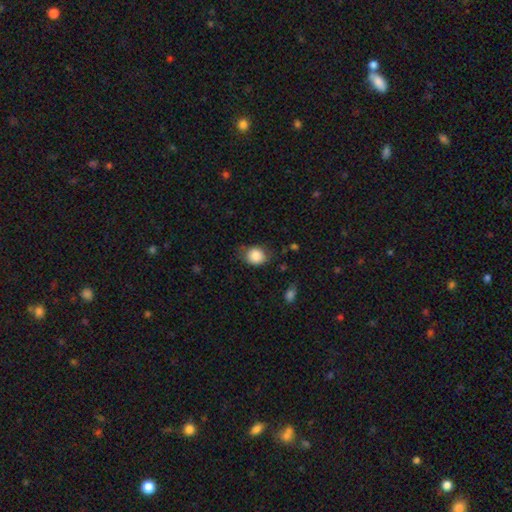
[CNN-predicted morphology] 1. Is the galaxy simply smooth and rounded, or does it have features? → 85% smooth, 8% star or artifact, 6% featured or disk.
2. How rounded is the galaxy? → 62% round, 37% in between, 1% cigar-shaped.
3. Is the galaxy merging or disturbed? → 70% none, 22% minor disturbance, 6% major disturbance, 2% merger.